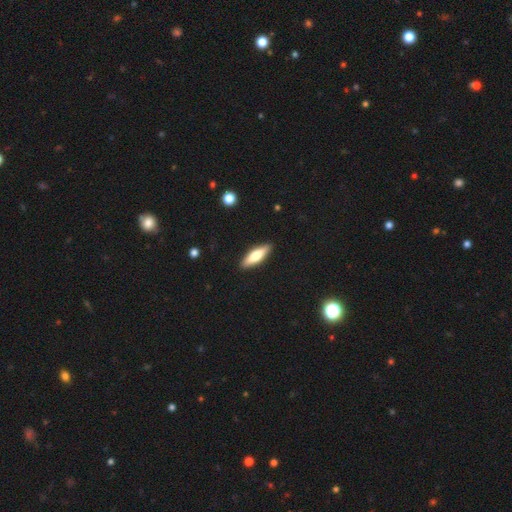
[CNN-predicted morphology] type=smooth (65%); roundness=cigar-shaped (56%); merging=none (89%).